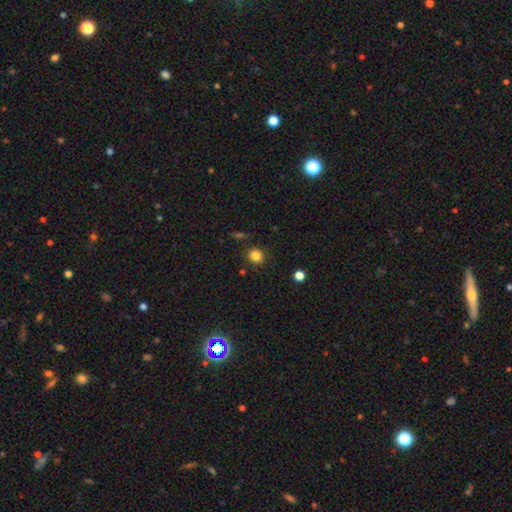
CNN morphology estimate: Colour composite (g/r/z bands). It shows a smooth galaxy with no disk features (83%) that is round (89%). Merging: none (87%).